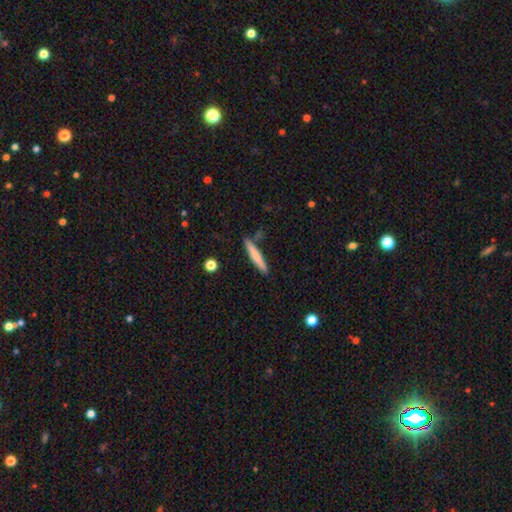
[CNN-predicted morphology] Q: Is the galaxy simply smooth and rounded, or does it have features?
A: smooth — 68%.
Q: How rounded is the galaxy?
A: cigar-shaped — 94%.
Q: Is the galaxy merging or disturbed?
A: none — 83%.